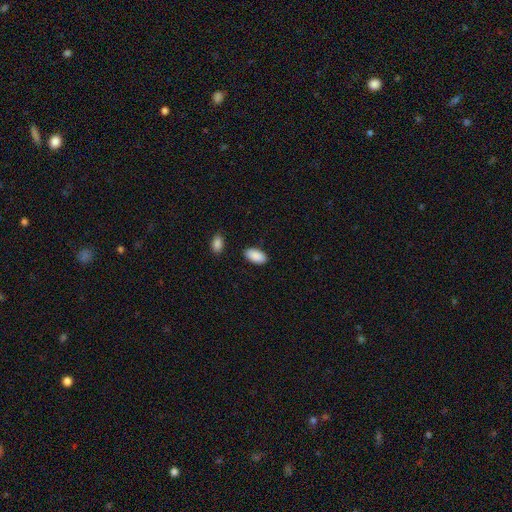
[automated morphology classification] A smooth galaxy with no disk features (90%) that is in between round and cigar-shaped (95%).

Vote fractions:
- Smooth or featured? smooth: 90% / star or artifact: 6% / featured or disk: 3%
- How rounded? in between: 95% / round: 3% / cigar-shaped: 2%
- Merging? none: 86% / minor disturbance: 9% / merger: 2% / major disturbance: 2%